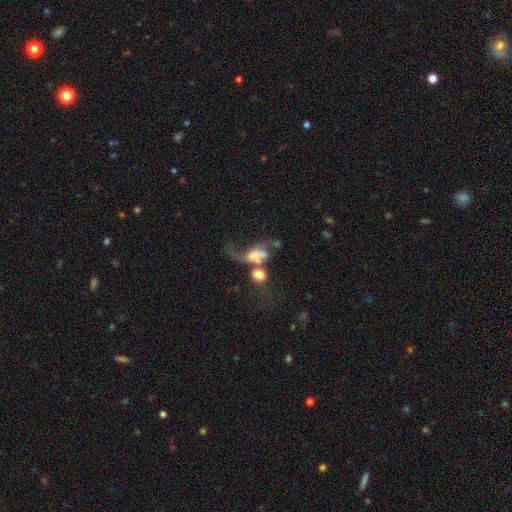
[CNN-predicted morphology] featured or disk 47%, smooth 41%, star or artifact 12%. Down the decision tree: merging — merger (49%).